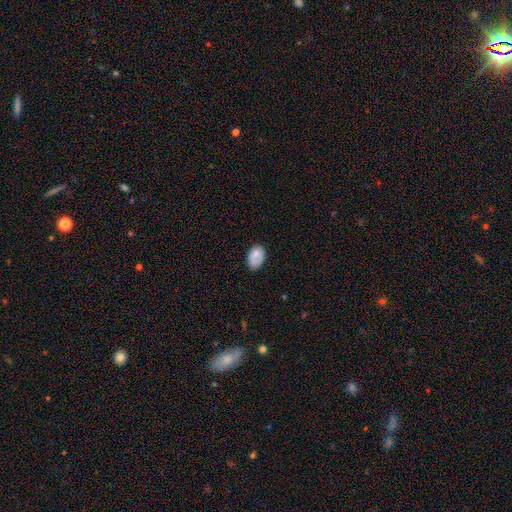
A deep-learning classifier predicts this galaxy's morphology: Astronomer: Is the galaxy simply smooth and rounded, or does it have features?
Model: smooth — 76%.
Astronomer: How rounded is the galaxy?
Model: in between — 85%.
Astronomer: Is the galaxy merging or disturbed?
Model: none — 61%.